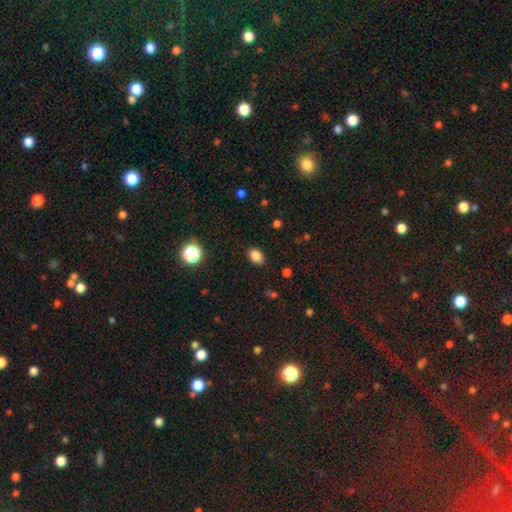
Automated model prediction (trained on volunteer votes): smooth-or-featured: smooth: 84% | star or artifact: 12% | featured or disk: 4%
  how-rounded: in between: 73% | round: 26% | cigar-shaped: 1%
  merging: none: 87% | minor disturbance: 9% | major disturbance: 3% | merger: 1%